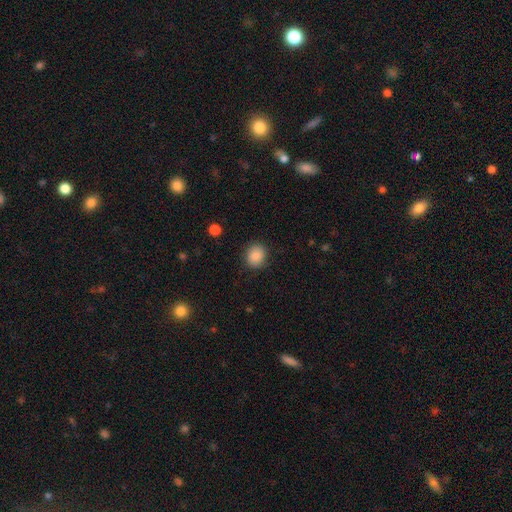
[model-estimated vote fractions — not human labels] Smooth or featured? Predicted: smooth (p=0.88). How rounded? Predicted: round (p=0.74). Merging? Predicted: none (p=0.87).